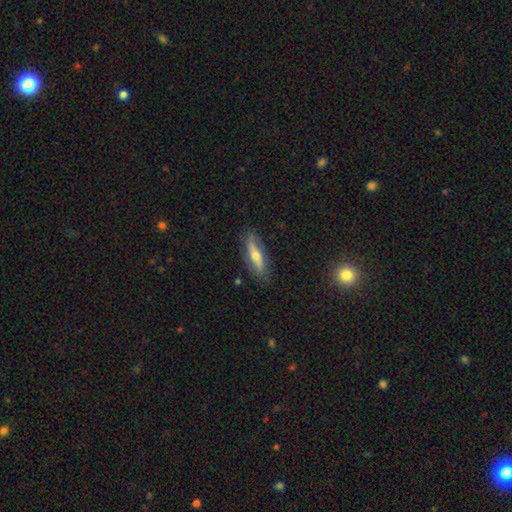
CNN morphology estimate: Smooth or featured: featured or disk — 53% (smooth — 39%)
Edge-on disk: yes — 70% (no — 30%)
Merging: none — 82% (minor disturbance — 14%)